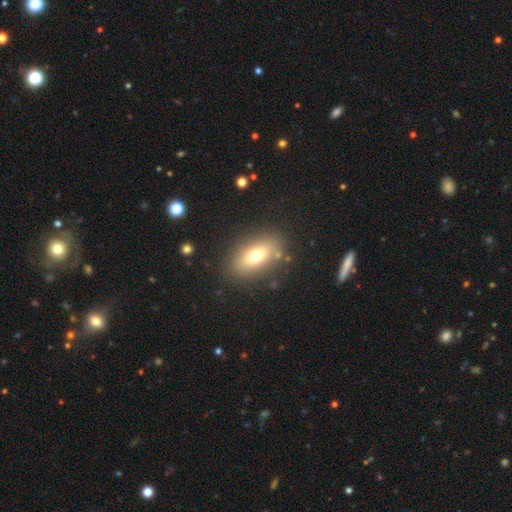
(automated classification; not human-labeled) Smooth or featured? smooth (70%)
How rounded? in between (83%)
Merging? none (83%)